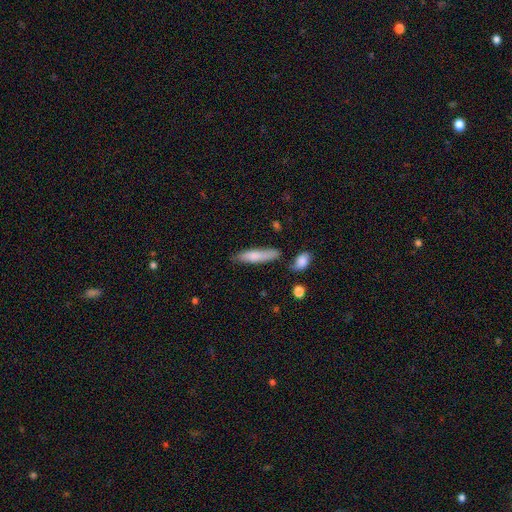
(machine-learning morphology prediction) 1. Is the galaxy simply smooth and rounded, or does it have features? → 76% smooth, 18% featured or disk, 6% star or artifact.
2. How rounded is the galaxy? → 75% cigar-shaped, 23% in between, 2% round.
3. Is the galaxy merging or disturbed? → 68% none, 21% minor disturbance, 7% merger, 5% major disturbance.